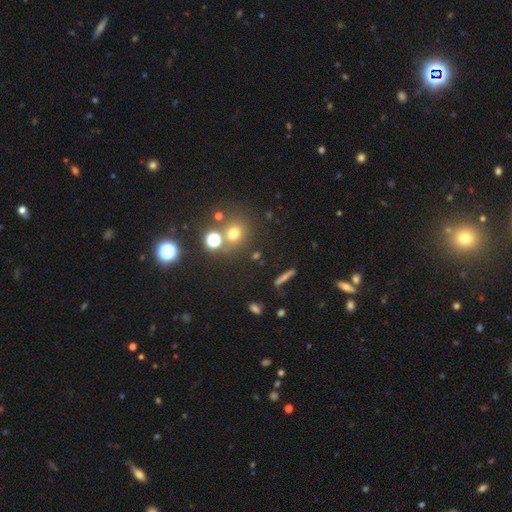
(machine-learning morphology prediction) This is possibly a smooth galaxy (54%). How rounded: likely round (79%). Merging: likely none (74%).